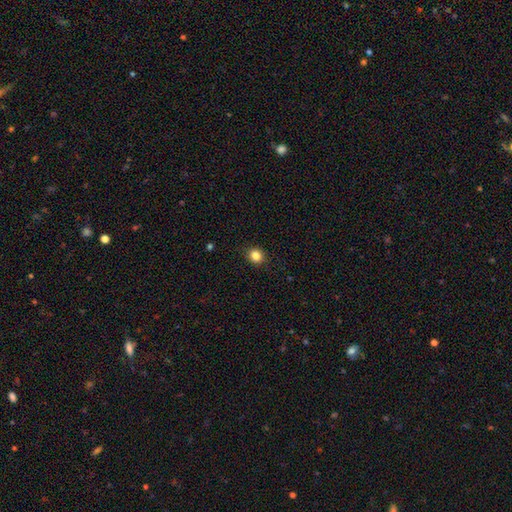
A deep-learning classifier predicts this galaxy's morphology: Smooth or featured? smooth (84%)
How rounded? round (78%)
Merging? none (90%)